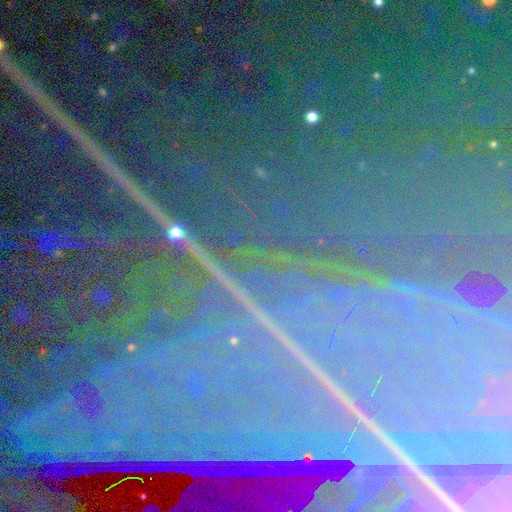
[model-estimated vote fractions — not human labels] Smooth or featured: star or artifact — 87% (featured or disk — 7%)